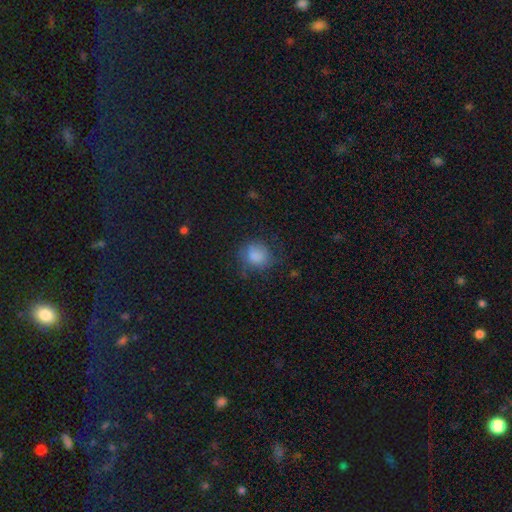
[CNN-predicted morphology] Smooth or featured?
  - smooth: 81% *
  - star or artifact: 10%
  - featured or disk: 10%
How rounded?
  - round: 70% *
  - in between: 29%
  - cigar-shaped: 1%
Merging?
  - none: 62% *
  - minor disturbance: 23%
  - major disturbance: 13%
  - merger: 2%